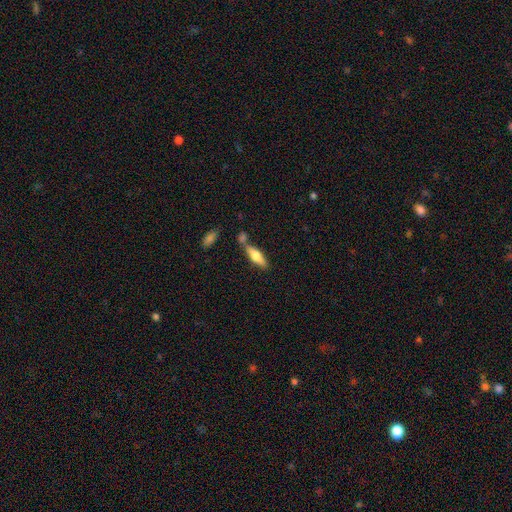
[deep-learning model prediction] A smooth galaxy with no disk features (60%) that is cigar-shaped (51%).

Vote fractions:
- Smooth or featured? smooth: 60% / featured or disk: 34% / star or artifact: 6%
- How rounded? cigar-shaped: 51% / in between: 47% / round: 2%
- Merging? none: 65% / merger: 17% / minor disturbance: 14% / major disturbance: 4%